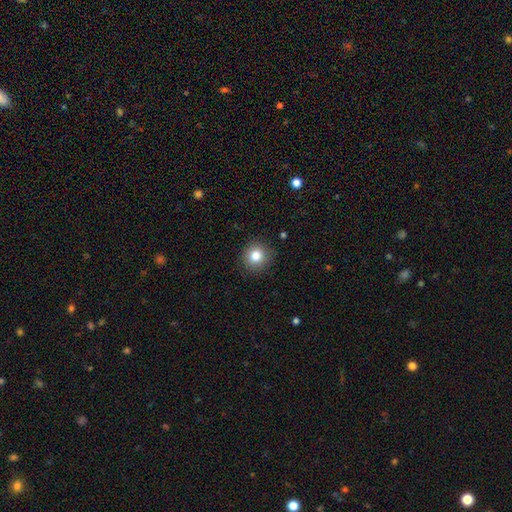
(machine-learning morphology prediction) type=smooth (82%); roundness=round (90%); merging=none (89%).